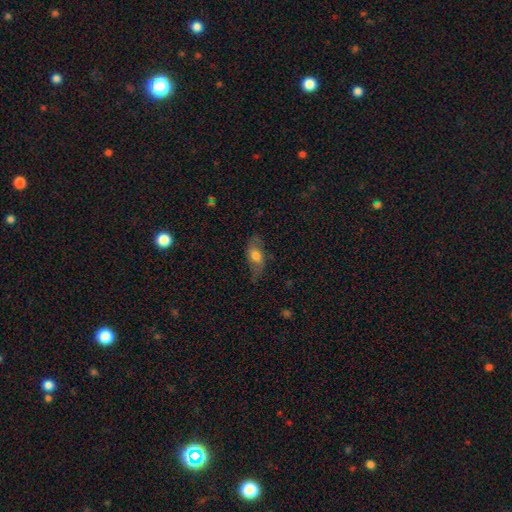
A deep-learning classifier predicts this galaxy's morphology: Q: Smooth or featured?
A: smooth (60%); runner-up: featured or disk (32%)
Q: How rounded?
A: in between (81%); runner-up: cigar-shaped (11%)
Q: Merging?
A: none (64%); runner-up: minor disturbance (25%)